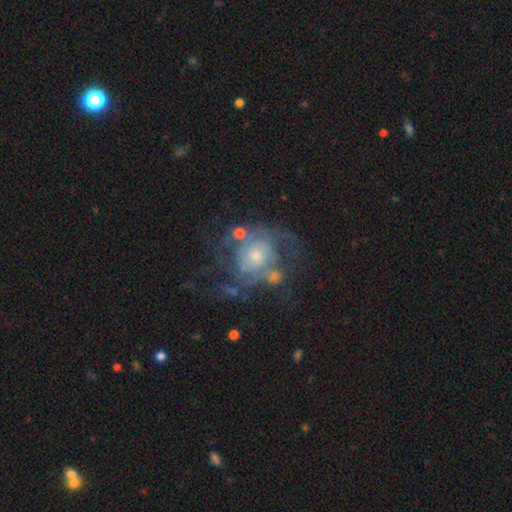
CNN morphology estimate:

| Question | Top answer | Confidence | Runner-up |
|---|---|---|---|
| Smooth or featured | featured or disk | 74% | smooth (19%) |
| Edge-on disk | no | 98% | yes (2%) |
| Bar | no | 76% | weak (20%) |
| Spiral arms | yes | 79% | no (21%) |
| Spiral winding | tight | 41% | medium (40%) |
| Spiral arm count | can't tell | 39% | 2 (33%) |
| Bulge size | moderate | 50% | small (37%) |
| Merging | none | 45% | major disturbance (26%) |